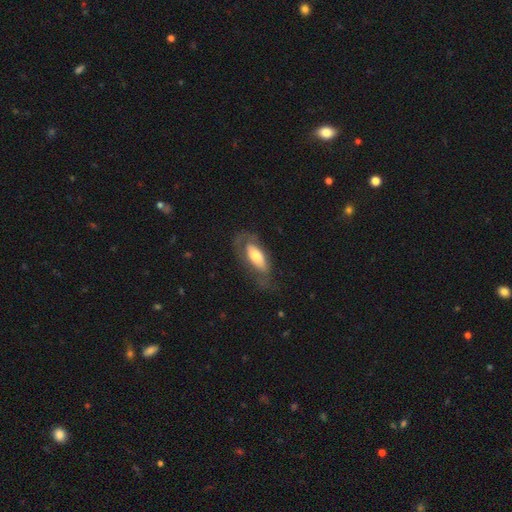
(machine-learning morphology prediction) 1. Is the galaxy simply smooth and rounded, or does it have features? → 53% smooth, 41% featured or disk, 6% star or artifact.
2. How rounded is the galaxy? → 79% in between, 18% cigar-shaped, 3% round.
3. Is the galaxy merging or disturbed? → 46% none, 27% major disturbance, 25% minor disturbance, 2% merger.